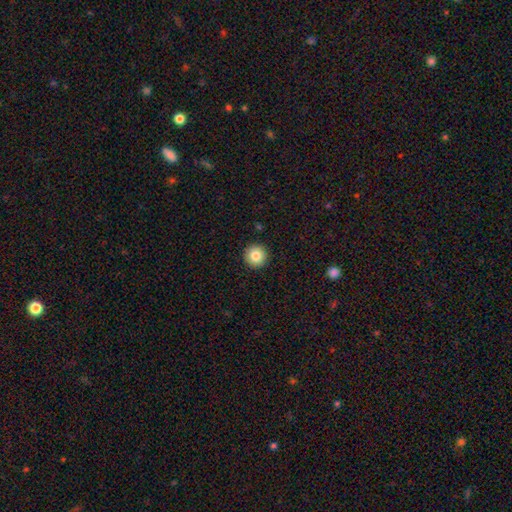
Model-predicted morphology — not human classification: Smooth or featured? smooth (84%)
How rounded? round (96%)
Merging? none (93%)